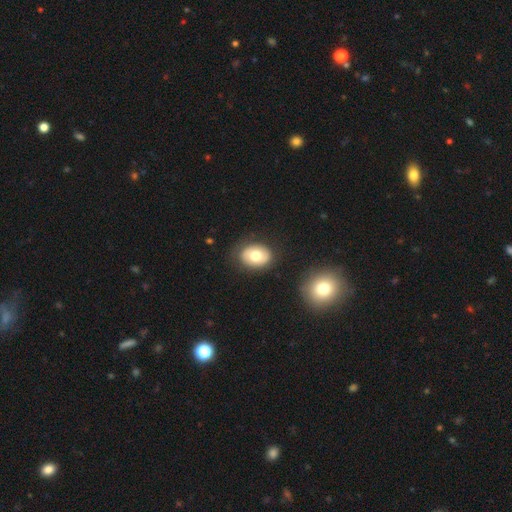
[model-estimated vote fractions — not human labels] Overall: smooth (67%). How rounded: in between (65%; round 34%). Merging: none (83%).